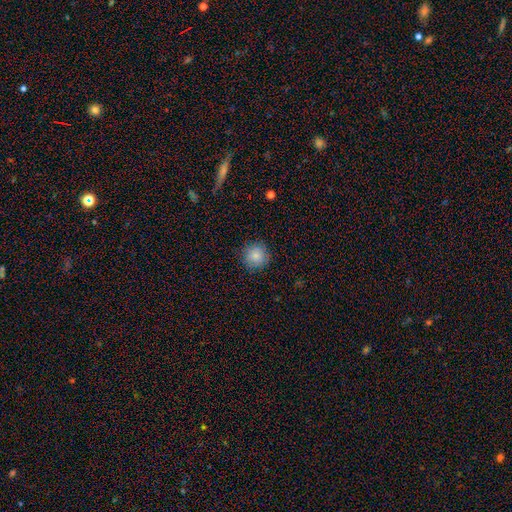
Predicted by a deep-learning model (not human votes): Smooth or featured? smooth (84%)
How rounded? round (95%)
Merging? none (89%)